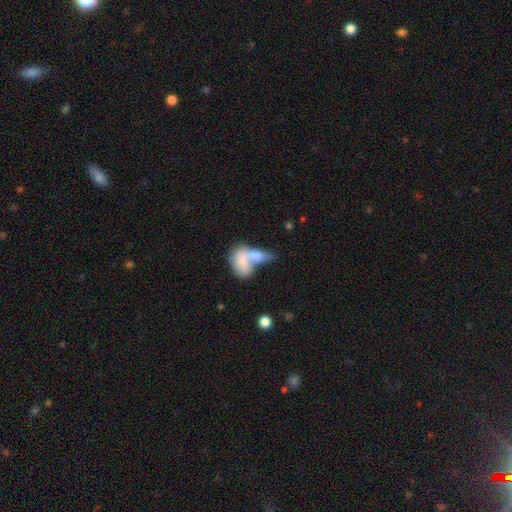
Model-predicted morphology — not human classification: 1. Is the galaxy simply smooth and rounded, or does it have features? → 75% smooth, 19% featured or disk, 7% star or artifact.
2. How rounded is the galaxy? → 84% in between, 10% round, 5% cigar-shaped.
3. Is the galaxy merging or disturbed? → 72% merger, 15% none, 7% minor disturbance, 6% major disturbance.